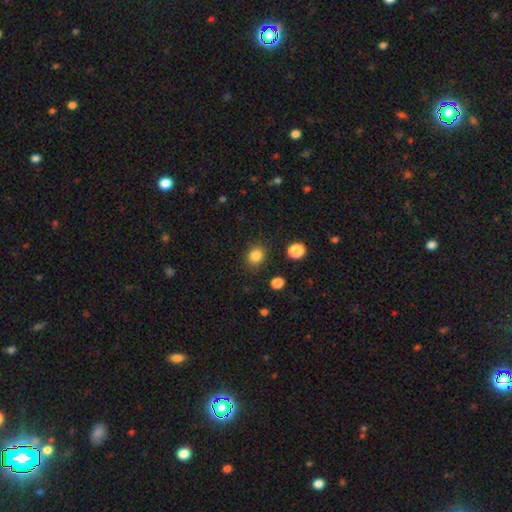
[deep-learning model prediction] smooth_or_featured: smooth (p=0.85) [alt: star or artifact p=0.11]
how_rounded: round (p=0.70) [alt: in between p=0.29]
merging: none (p=0.84) [alt: minor disturbance p=0.10]